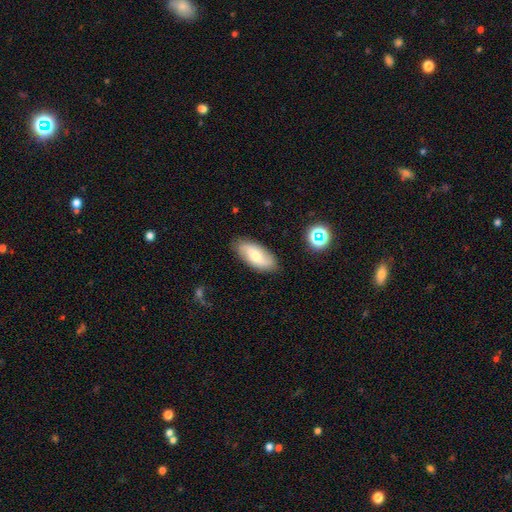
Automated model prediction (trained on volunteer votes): A smooth galaxy with no disk features (48%).

Vote fractions:
- Smooth or featured? smooth: 48% / featured or disk: 45% / star or artifact: 8%
- Merging? none: 83% / minor disturbance: 12% / major disturbance: 3% / merger: 2%